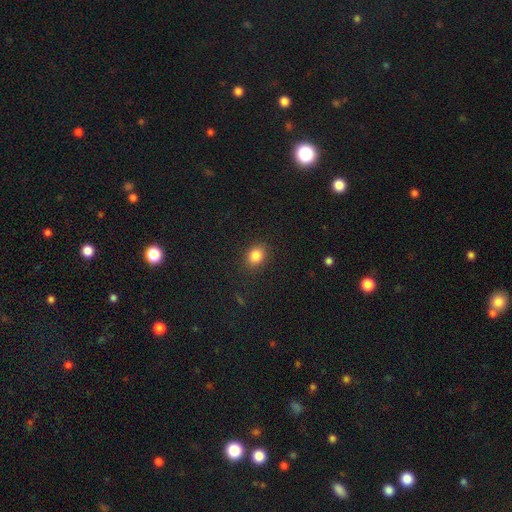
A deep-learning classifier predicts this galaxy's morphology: Smooth or featured? smooth (85%)
How rounded? in between (52%)
Merging? none (87%)